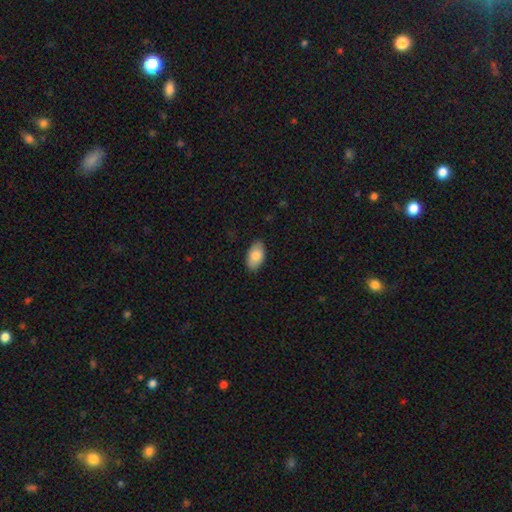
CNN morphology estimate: A smooth galaxy with no disk features (84%) that is in between round and cigar-shaped (94%). Merging: none (86%).